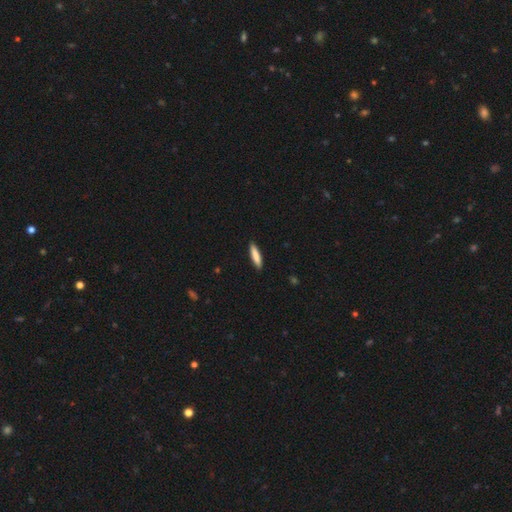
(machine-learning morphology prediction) smooth 84%, featured or disk 10%, star or artifact 6%. Down the decision tree: how rounded — cigar-shaped (81%); merging — none (90%).